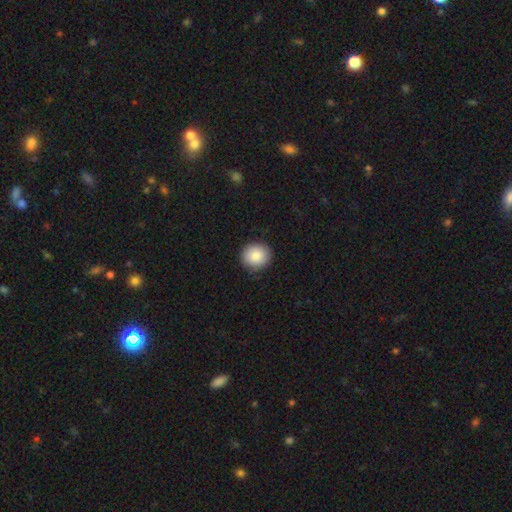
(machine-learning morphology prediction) The model was most divided on "how rounded": round: 87%, in between: 12%, cigar-shaped: 1%. More confident: merging — none (89%); smooth or featured — smooth (87%).